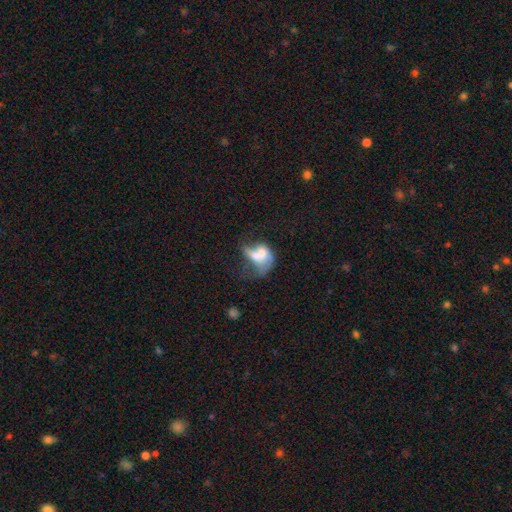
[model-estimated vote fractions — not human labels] Smooth or featured: featured or disk — 46% (smooth — 45%)
Merging: merger — 60% (major disturbance — 21%)